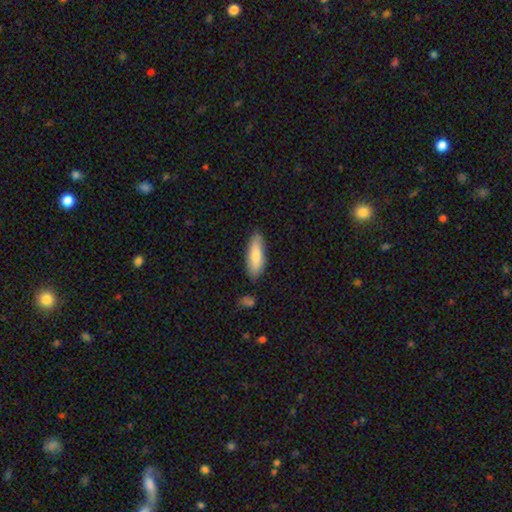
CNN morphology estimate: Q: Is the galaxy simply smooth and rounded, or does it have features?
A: smooth — 77%.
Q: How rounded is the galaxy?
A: in between — 56%.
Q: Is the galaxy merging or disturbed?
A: none — 81%.